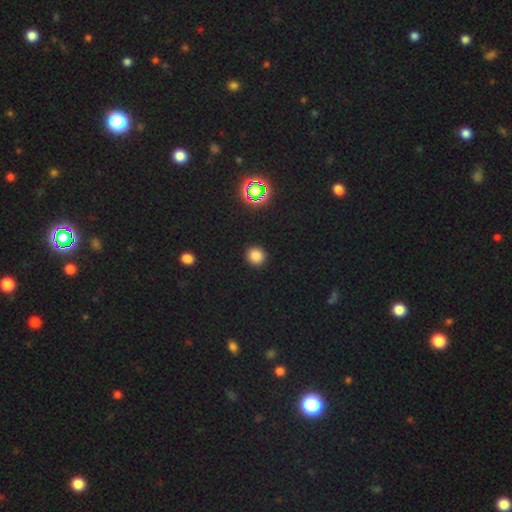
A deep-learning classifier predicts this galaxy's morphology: This is clearly a smooth galaxy (81%). How rounded: clearly round (91%). Merging: clearly none (92%).